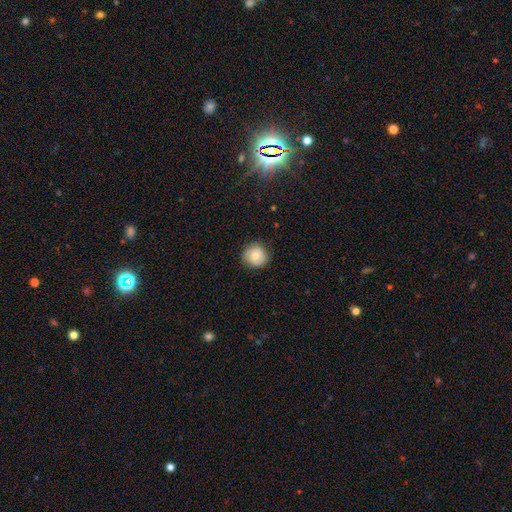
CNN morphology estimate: smooth-or-featured: smooth: 76% | featured or disk: 16% | star or artifact: 9%
  how-rounded: round: 92% | in between: 7% | cigar-shaped: 1%
  merging: none: 83% | minor disturbance: 13% | major disturbance: 3% | merger: 1%